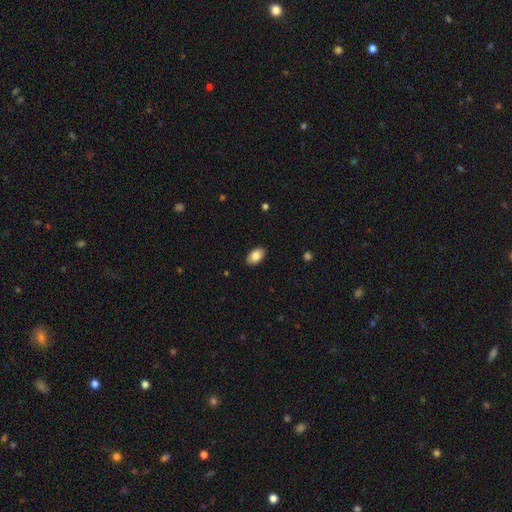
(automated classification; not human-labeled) This appears to be a smooth galaxy with no disk features (85%) that is in between round and cigar-shaped (93%). Merging: none (88%).